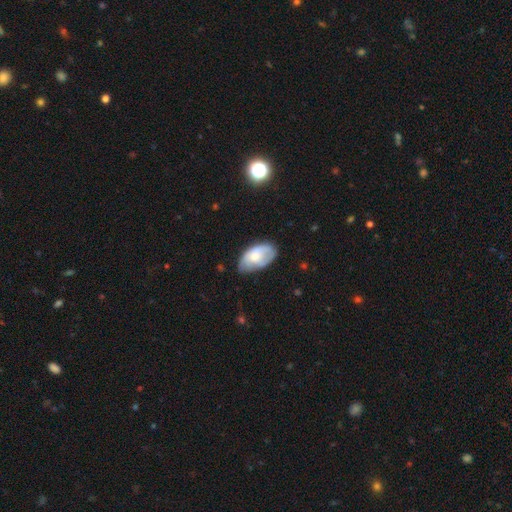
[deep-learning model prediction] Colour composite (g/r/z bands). It shows a smooth galaxy with no disk features (56%) that is in between round and cigar-shaped (94%). Merging: none (57%).